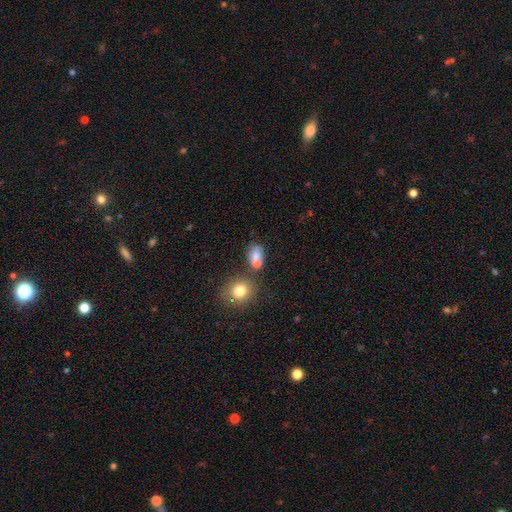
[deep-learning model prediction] smooth 70%, featured or disk 17%, star or artifact 13%. Down the decision tree: how rounded — in between (65%); merging — none (41%).